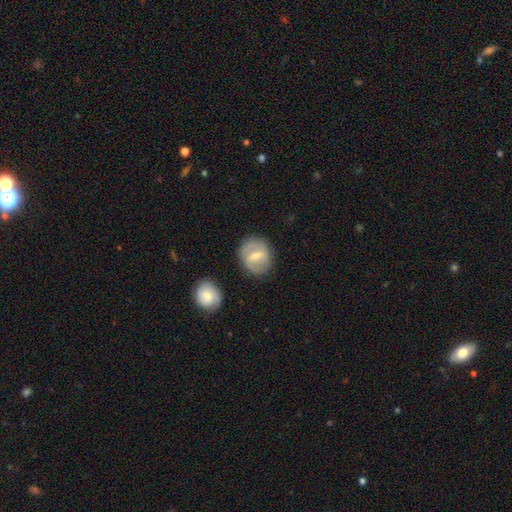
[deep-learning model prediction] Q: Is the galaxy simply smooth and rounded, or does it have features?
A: featured or disk — 51%.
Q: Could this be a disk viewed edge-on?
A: no — 95%.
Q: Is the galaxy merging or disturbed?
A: none — 76%.